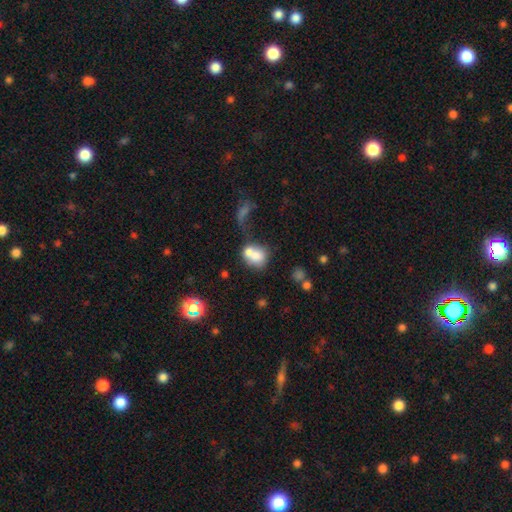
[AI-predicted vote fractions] Q: Smooth or featured?
A: smooth (69%); runner-up: featured or disk (20%)
Q: How rounded?
A: round (53%); runner-up: in between (46%)
Q: Merging?
A: merger (58%); runner-up: none (24%)